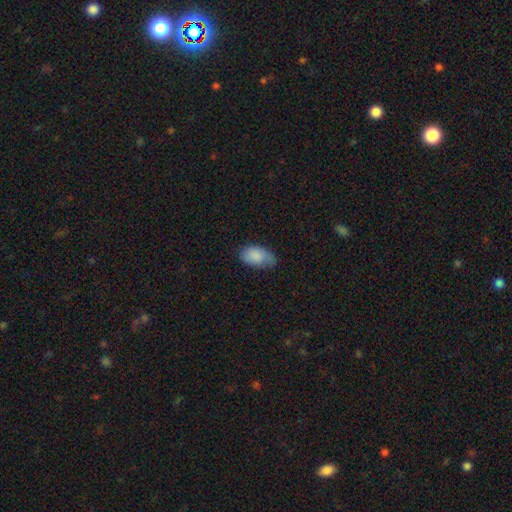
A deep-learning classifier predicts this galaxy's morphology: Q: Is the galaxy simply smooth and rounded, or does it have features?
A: smooth — 85%.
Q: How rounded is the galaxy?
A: in between — 93%.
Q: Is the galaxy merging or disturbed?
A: none — 51%.